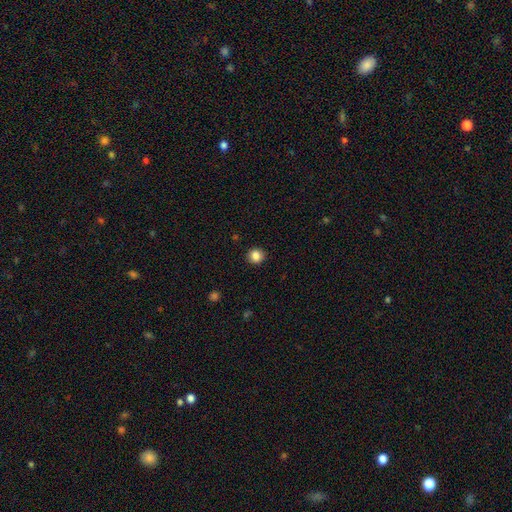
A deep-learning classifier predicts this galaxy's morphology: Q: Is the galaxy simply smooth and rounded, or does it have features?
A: smooth — 85%.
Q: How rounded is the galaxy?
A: round — 90%.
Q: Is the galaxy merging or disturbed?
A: none — 92%.